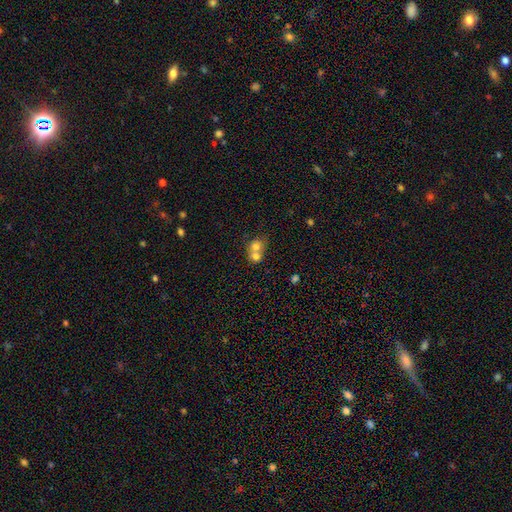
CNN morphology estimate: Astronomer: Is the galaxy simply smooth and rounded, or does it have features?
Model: smooth — 72%.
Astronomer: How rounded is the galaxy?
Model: round — 74%.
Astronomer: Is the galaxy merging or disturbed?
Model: merger — 70%.